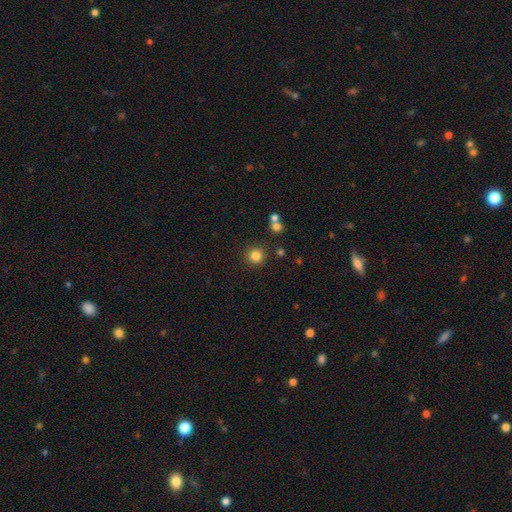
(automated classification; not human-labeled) smooth 83%, star or artifact 13%, featured or disk 5%. Down the decision tree: how rounded — round (94%); merging — none (87%).